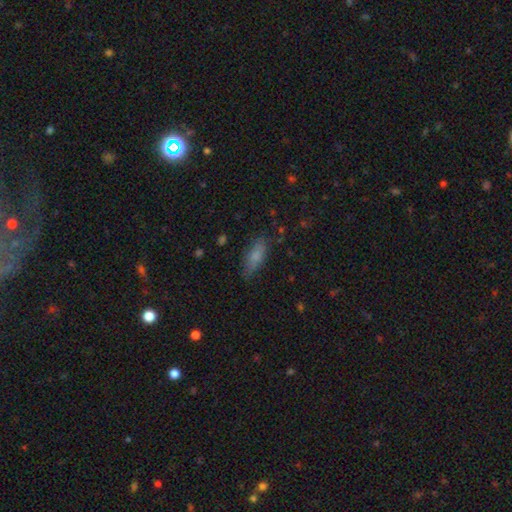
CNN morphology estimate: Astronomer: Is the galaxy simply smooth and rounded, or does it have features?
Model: smooth — 77%.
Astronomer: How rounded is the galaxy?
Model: in between — 62%.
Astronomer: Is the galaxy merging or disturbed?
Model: none — 79%.